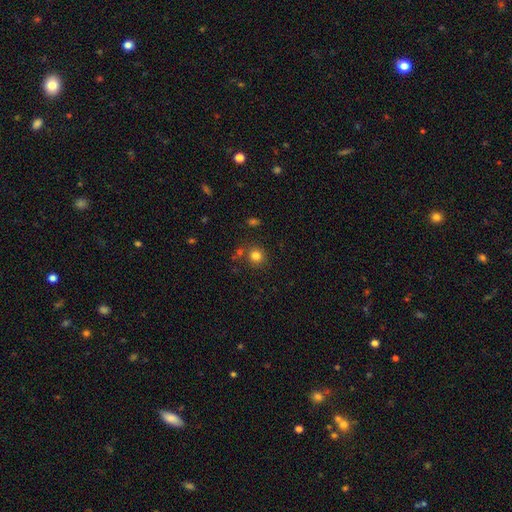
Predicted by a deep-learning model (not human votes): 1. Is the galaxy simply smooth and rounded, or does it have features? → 81% smooth, 13% star or artifact, 6% featured or disk.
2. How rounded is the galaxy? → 89% round, 10% in between, 1% cigar-shaped.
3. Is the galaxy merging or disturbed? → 78% none, 10% minor disturbance, 8% merger, 3% major disturbance.